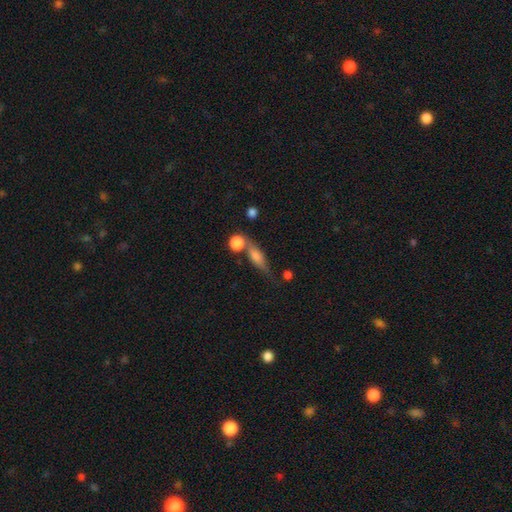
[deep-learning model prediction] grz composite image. It shows a smooth galaxy with no disk features (54%) that is cigar-shaped (50%). Merging: none (58%).